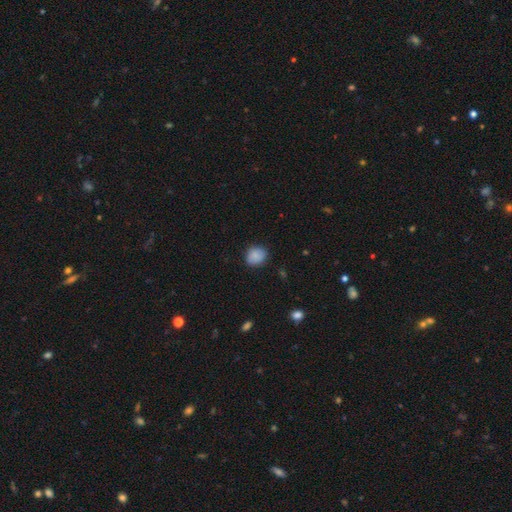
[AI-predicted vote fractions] Q: Smooth or featured?
A: smooth (86%); runner-up: star or artifact (8%)
Q: How rounded?
A: round (69%); runner-up: in between (30%)
Q: Merging?
A: none (82%); runner-up: minor disturbance (14%)